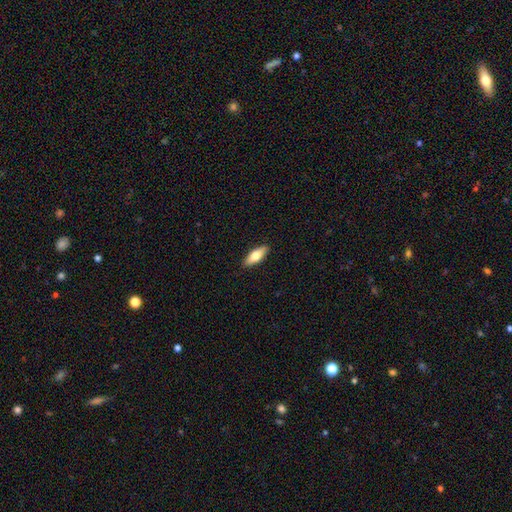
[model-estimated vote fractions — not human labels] This is likely a smooth galaxy (65%). How rounded: likely in between (65%). Merging: clearly none (90%).